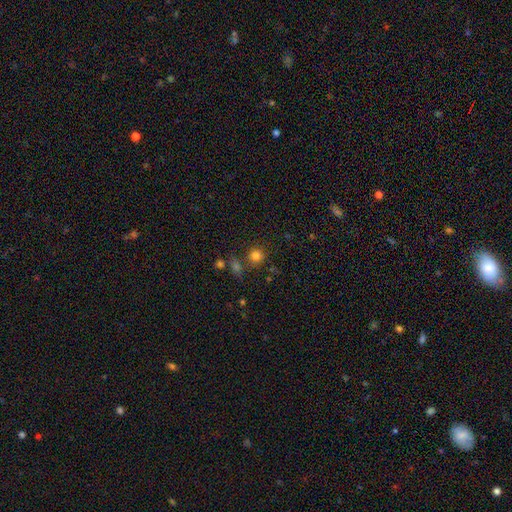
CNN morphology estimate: A smooth galaxy with no disk features (79%) that is round (91%). Merging: none (77%).